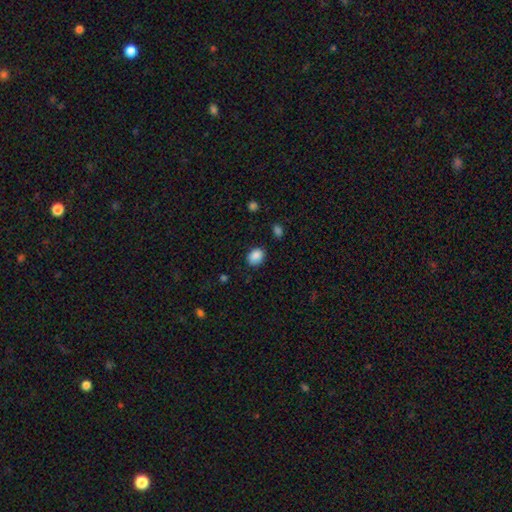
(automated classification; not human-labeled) Smooth or featured? Predicted: smooth (p=0.88). How rounded? Predicted: in between (p=0.57). Merging? Predicted: none (p=0.83).